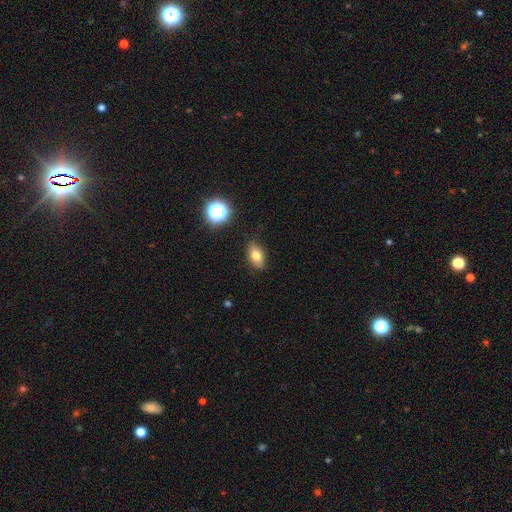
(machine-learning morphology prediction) Smooth or featured: smooth — 75% (featured or disk — 13%)
How rounded: in between — 84% (round — 12%)
Merging: none — 85% (minor disturbance — 12%)